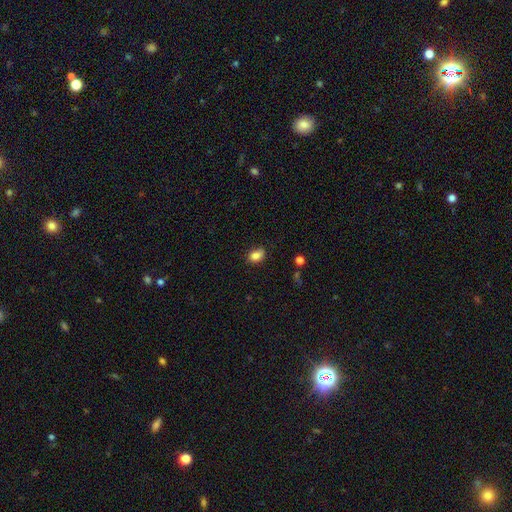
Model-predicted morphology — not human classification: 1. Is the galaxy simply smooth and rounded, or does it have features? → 84% smooth, 10% star or artifact, 6% featured or disk.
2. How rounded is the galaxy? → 73% in between, 25% round, 1% cigar-shaped.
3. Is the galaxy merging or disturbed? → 74% none, 20% minor disturbance, 4% major disturbance, 2% merger.